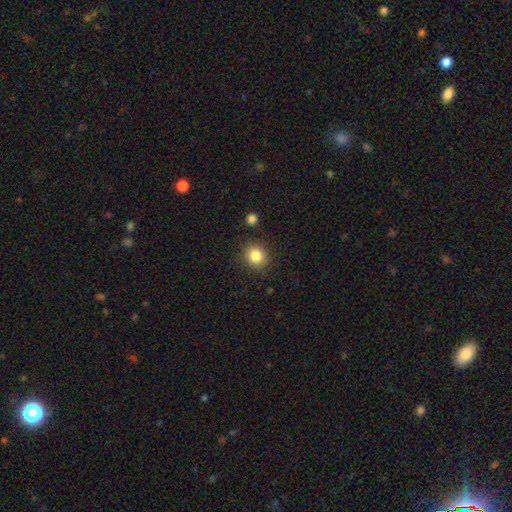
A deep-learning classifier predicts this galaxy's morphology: smooth-or-featured: smooth: 84% | star or artifact: 11% | featured or disk: 6%
  how-rounded: round: 81% | in between: 18% | cigar-shaped: 1%
  merging: none: 87% | minor disturbance: 8% | merger: 3% | major disturbance: 3%